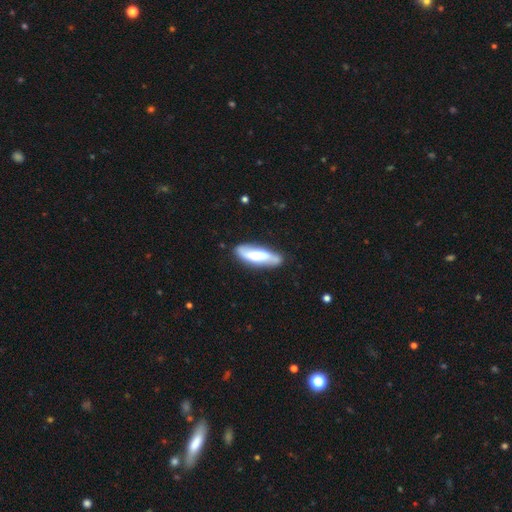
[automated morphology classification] Q: Smooth or featured?
A: featured or disk (51%); runner-up: smooth (44%)
Q: Edge-on disk?
A: no (66%); runner-up: yes (34%)
Q: Merging?
A: none (81%); runner-up: minor disturbance (14%)